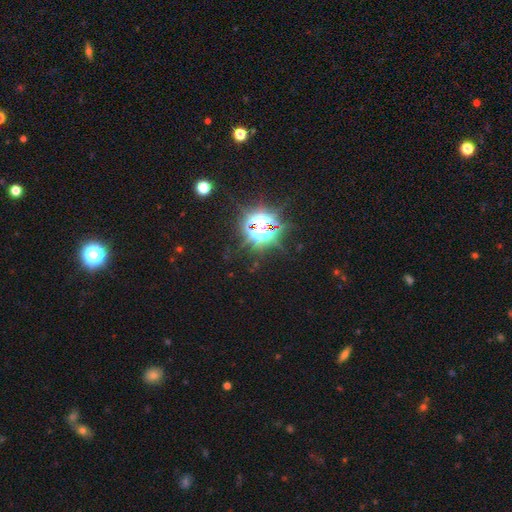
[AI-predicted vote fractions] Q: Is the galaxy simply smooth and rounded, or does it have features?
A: star or artifact — 81%.